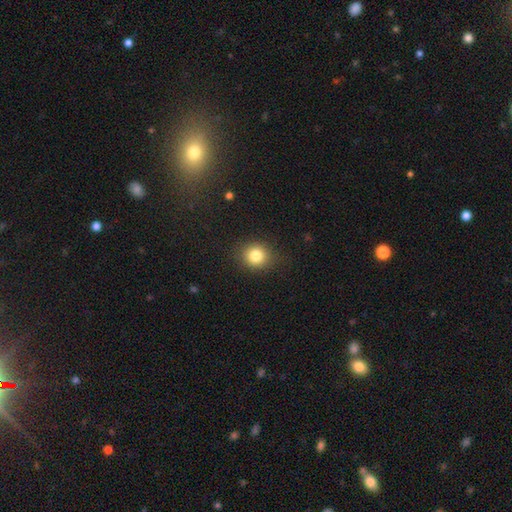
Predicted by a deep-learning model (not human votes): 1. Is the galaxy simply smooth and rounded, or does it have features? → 82% smooth, 11% star or artifact, 7% featured or disk.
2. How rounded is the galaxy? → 80% round, 19% in between, 1% cigar-shaped.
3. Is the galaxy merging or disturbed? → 86% none, 9% minor disturbance, 3% major disturbance, 1% merger.